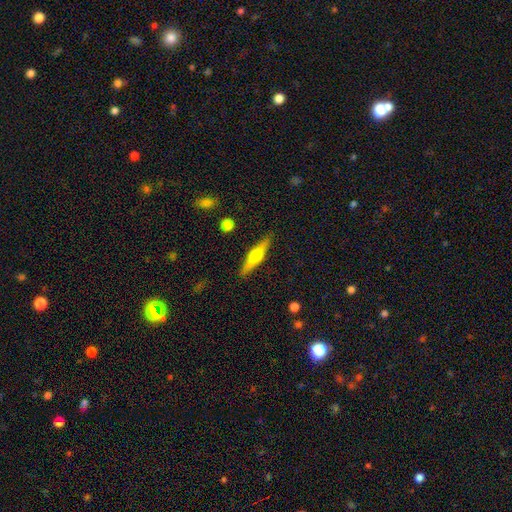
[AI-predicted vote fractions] smooth-or-featured: featured or disk: 62% | smooth: 32% | star or artifact: 6%
  disk-edge-on: yes: 97% | no: 3%
    edge-on-bulge: rounded: 93% | boxy: 4% | none: 3%
  merging: none: 89% | minor disturbance: 7% | major disturbance: 2% | merger: 1%